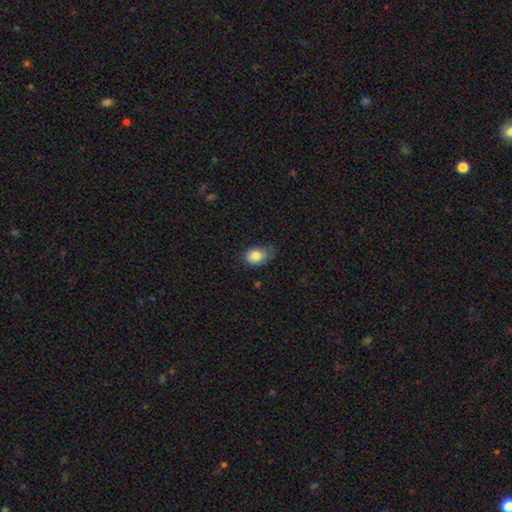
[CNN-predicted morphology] Smooth or featured: smooth — 83% (featured or disk — 8%)
How rounded: in between — 72% (round — 27%)
Merging: none — 57% (minor disturbance — 33%)